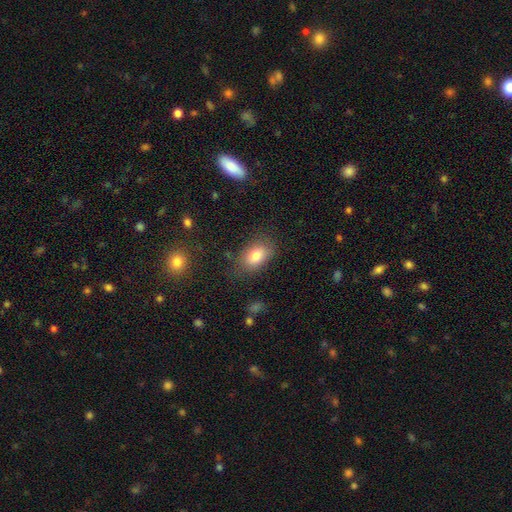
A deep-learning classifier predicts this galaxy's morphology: Overall: smooth (80%). How rounded: in between (87%). Merging: none (77%).